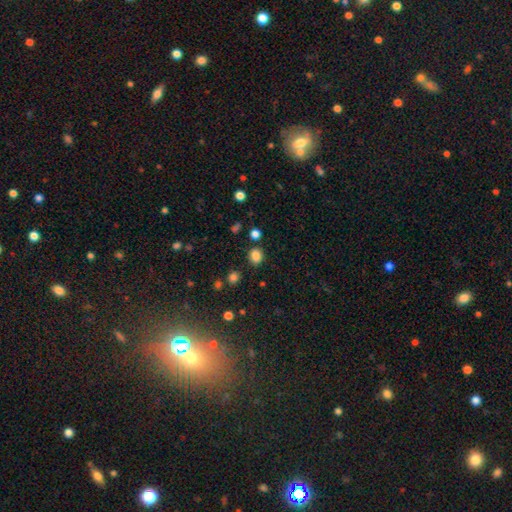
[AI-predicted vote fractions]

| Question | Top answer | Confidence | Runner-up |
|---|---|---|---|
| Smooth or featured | smooth | 83% | star or artifact (13%) |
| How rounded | round | 60% | in between (40%) |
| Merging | none | 82% | minor disturbance (11%) |